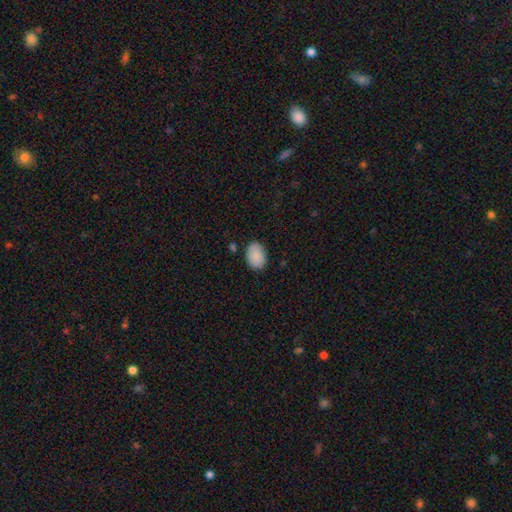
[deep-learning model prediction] Morphology: type=smooth (89%); roundness=in between (81%); merging=none (82%).